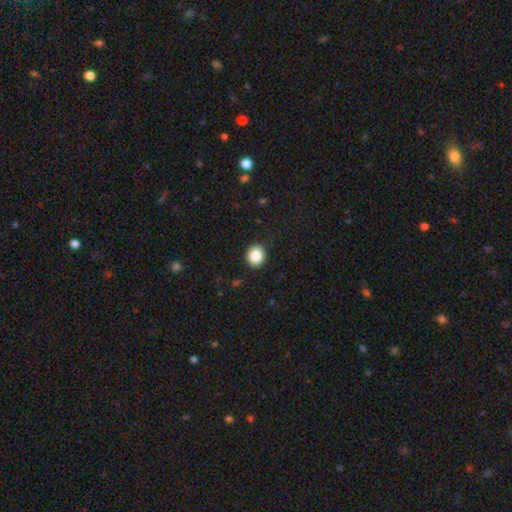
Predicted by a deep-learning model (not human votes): smooth-or-featured: smooth: 87% | star or artifact: 9% | featured or disk: 4%
  how-rounded: round: 75% | in between: 24% | cigar-shaped: 1%
  merging: none: 89% | minor disturbance: 8% | major disturbance: 2% | merger: 1%